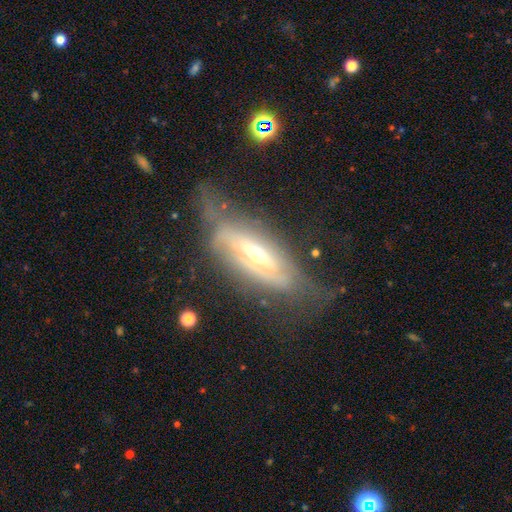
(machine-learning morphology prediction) Smooth or featured? Predicted: featured or disk (p=0.73). Edge-on disk? Predicted: no (p=0.60). Merging? Predicted: none (p=0.45).